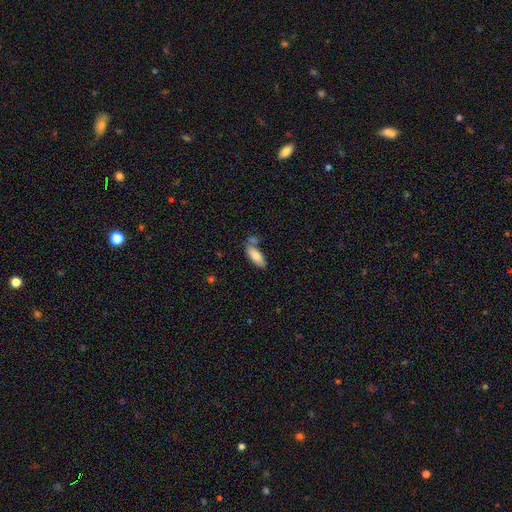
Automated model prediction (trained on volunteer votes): Q: Smooth or featured?
A: smooth (80%); runner-up: featured or disk (14%)
Q: How rounded?
A: in between (77%); runner-up: cigar-shaped (21%)
Q: Merging?
A: none (61%); runner-up: merger (19%)